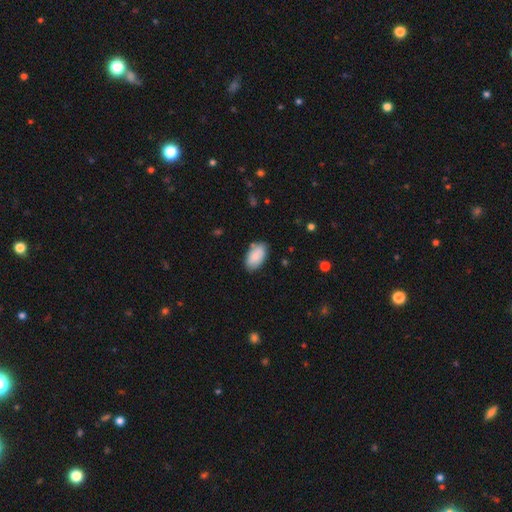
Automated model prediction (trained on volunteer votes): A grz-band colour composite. It shows a smooth galaxy with no disk features (80%) that is in between round and cigar-shaped (95%). Merging: none (76%).